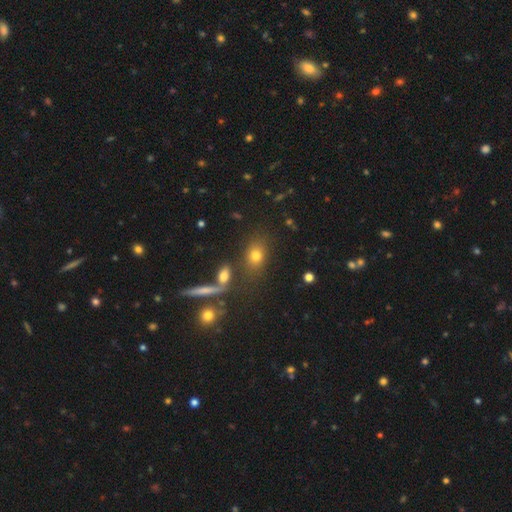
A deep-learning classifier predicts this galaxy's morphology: A smooth galaxy with no disk features (72%) that is in between round and cigar-shaped (63%). Merging: none (70%).